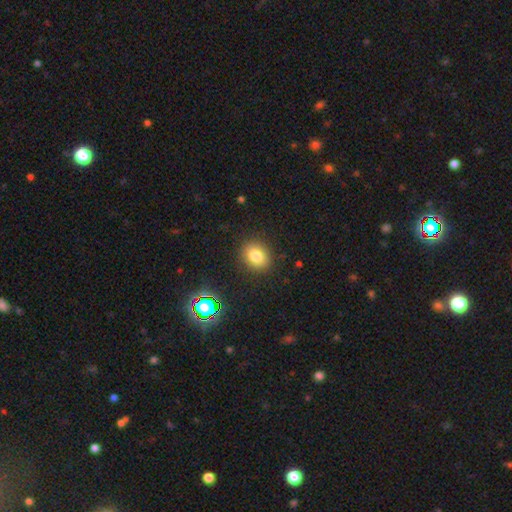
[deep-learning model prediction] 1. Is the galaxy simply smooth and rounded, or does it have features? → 80% smooth, 12% star or artifact, 8% featured or disk.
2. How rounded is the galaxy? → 58% round, 41% in between, 1% cigar-shaped.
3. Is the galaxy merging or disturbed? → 88% none, 8% minor disturbance, 3% major disturbance, 1% merger.